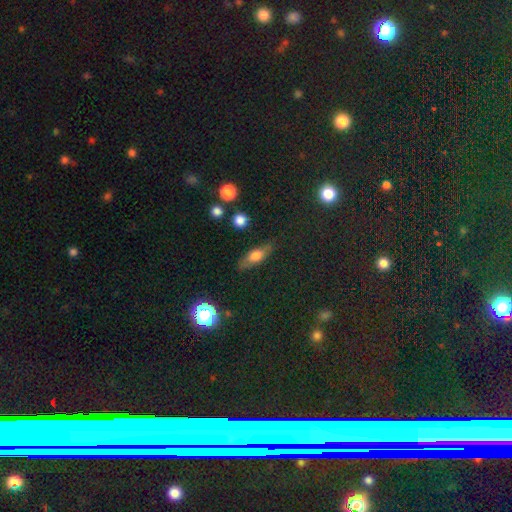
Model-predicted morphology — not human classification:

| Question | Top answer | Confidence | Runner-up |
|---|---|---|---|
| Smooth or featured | smooth | 58% | featured or disk (31%) |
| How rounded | in between | 55% | cigar-shaped (38%) |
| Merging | none | 77% | minor disturbance (17%) |